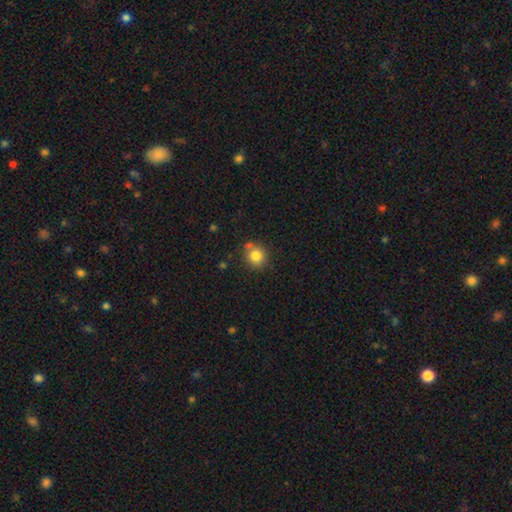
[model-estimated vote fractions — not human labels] Smooth or featured?
  - smooth: 82% *
  - star or artifact: 11%
  - featured or disk: 7%
How rounded?
  - round: 89% *
  - in between: 10%
  - cigar-shaped: 1%
Merging?
  - none: 73% *
  - minor disturbance: 13%
  - merger: 11%
  - major disturbance: 3%